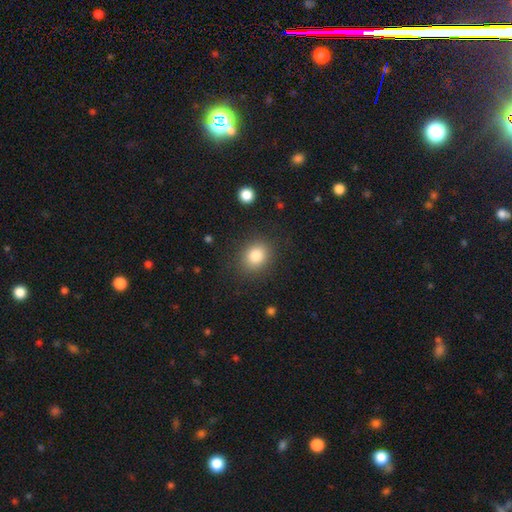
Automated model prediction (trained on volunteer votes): Smooth or featured? Predicted: smooth (p=0.83). How rounded? Predicted: round (p=0.61). Merging? Predicted: none (p=0.86).